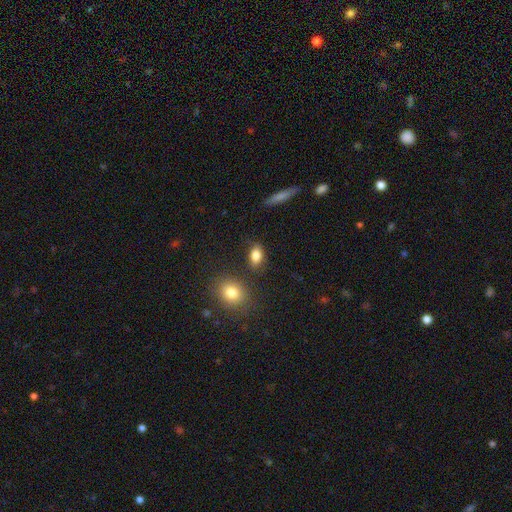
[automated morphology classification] type=smooth (83%); roundness=in between (84%); merging=none (80%).